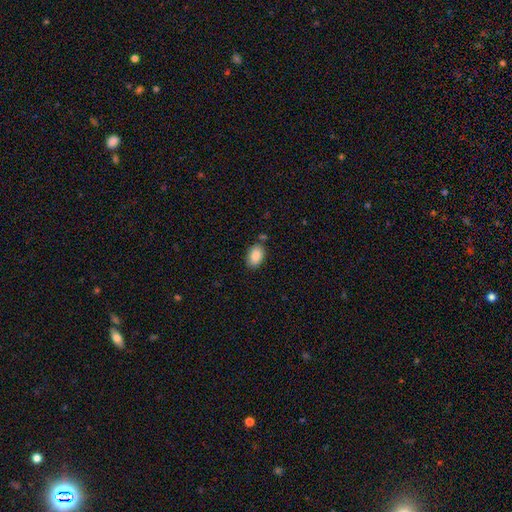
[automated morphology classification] smooth-or-featured: smooth: 89% | star or artifact: 7% | featured or disk: 4%
  how-rounded: in between: 89% | round: 10% | cigar-shaped: 1%
  merging: none: 79% | minor disturbance: 13% | merger: 5% | major disturbance: 3%